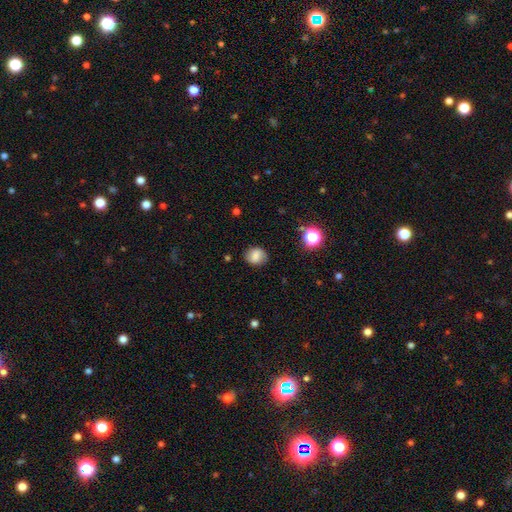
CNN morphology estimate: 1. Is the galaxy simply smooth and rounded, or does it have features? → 67% smooth, 21% featured or disk, 11% star or artifact.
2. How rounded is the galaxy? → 67% round, 32% in between, 1% cigar-shaped.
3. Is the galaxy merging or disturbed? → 80% none, 14% minor disturbance, 4% major disturbance, 1% merger.